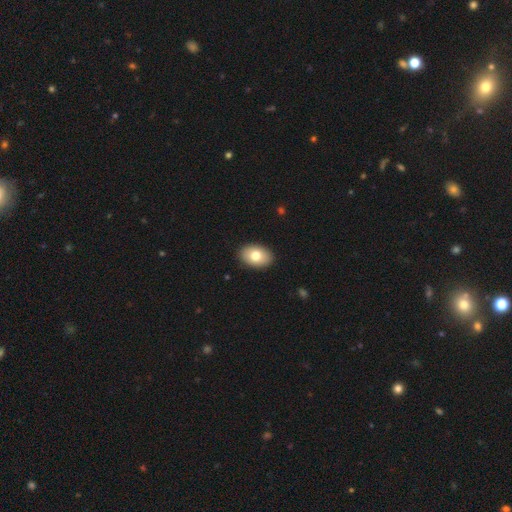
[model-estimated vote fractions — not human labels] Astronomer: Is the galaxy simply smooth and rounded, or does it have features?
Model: smooth — 78%.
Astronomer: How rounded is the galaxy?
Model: in between — 85%.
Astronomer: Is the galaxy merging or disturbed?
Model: none — 90%.